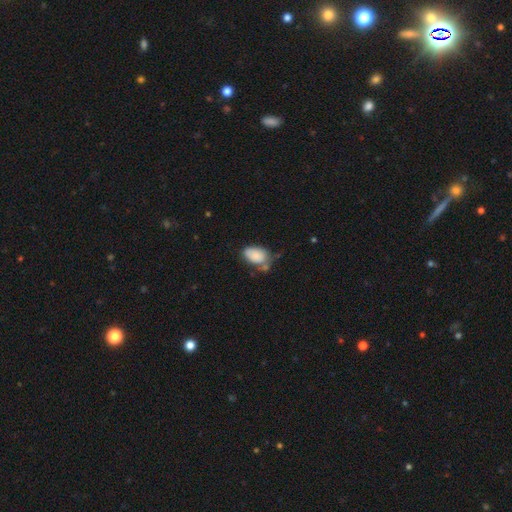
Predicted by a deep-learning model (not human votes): Overall: smooth (84%). How rounded: in between (89%). Merging: none (47%; minor disturbance 28%).